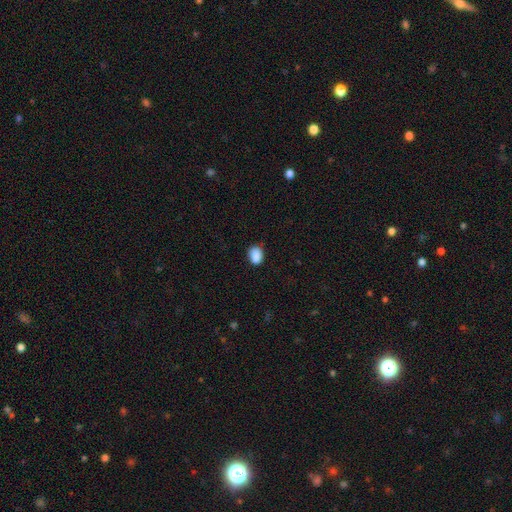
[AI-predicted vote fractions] smooth 89%, star or artifact 8%, featured or disk 3%. Down the decision tree: how rounded — in between (73%); merging — none (79%).